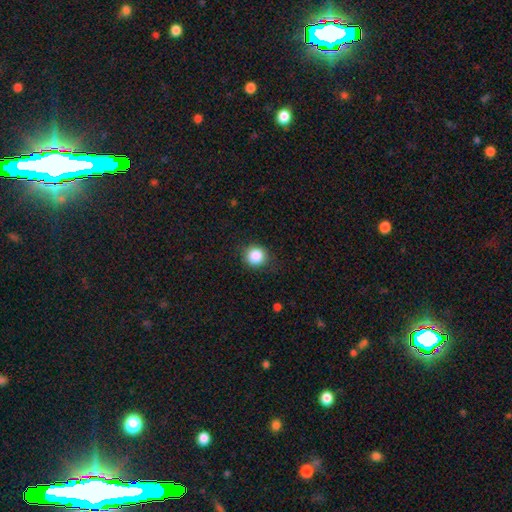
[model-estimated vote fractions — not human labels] smooth_or_featured: smooth (p=0.86) [alt: star or artifact p=0.10]
how_rounded: round (p=0.90) [alt: in between p=0.09]
merging: none (p=0.85) [alt: minor disturbance p=0.11]